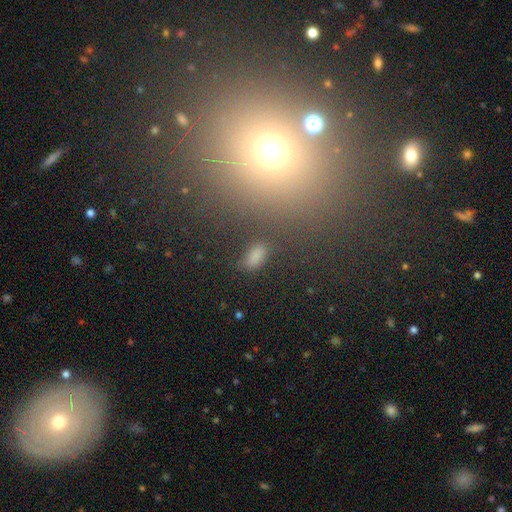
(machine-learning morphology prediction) smooth-or-featured: smooth: 76% | star or artifact: 17% | featured or disk: 7%
  how-rounded: in between: 86% | cigar-shaped: 8% | round: 5%
  merging: none: 71% | minor disturbance: 17% | major disturbance: 7% | merger: 5%